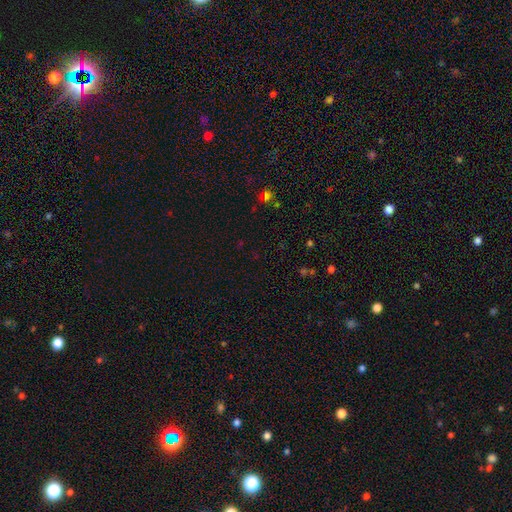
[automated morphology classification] star or artifact 66%, smooth 27%, featured or disk 7%.